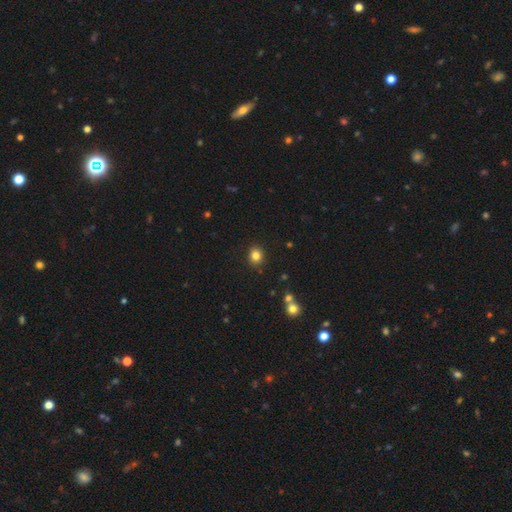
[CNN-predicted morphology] Smooth or featured?
  - smooth: 82% *
  - star or artifact: 12%
  - featured or disk: 6%
How rounded?
  - round: 76% *
  - in between: 24%
  - cigar-shaped: 1%
Merging?
  - none: 89% *
  - minor disturbance: 7%
  - major disturbance: 2%
  - merger: 2%